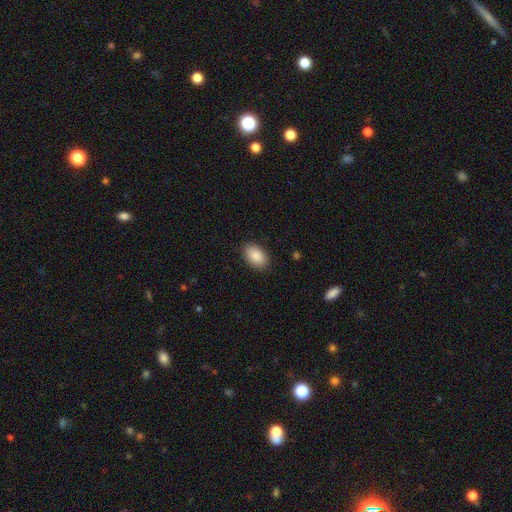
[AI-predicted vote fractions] Morphology: type=smooth (89%); roundness=in between (91%); merging=none (88%).